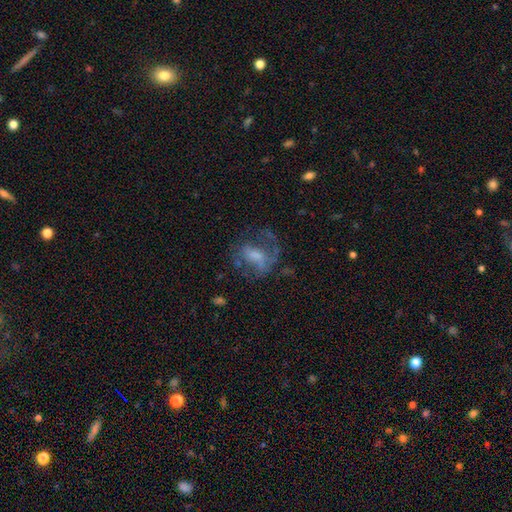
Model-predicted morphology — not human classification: Smooth or featured: featured or disk — 59% (smooth — 28%)
Edge-on disk: no — 95% (yes — 5%)
Bar: no — 44% (weak — 39%)
Spiral arms: yes — 57% (no — 43%)
Bulge size: moderate — 36% (small — 34%)
Merging: none — 47% (major disturbance — 31%)